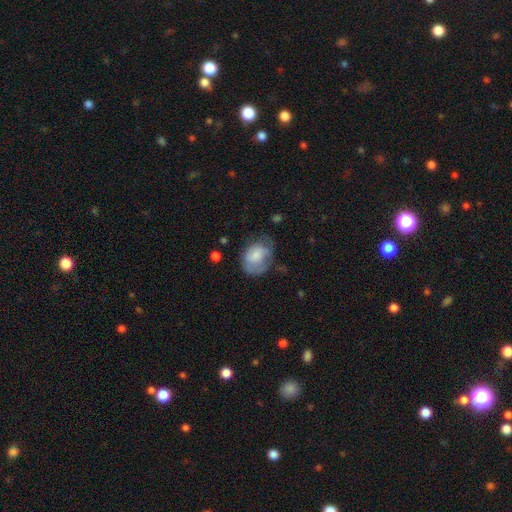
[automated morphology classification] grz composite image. It shows a smooth galaxy with no disk features (67%) that is in between round and cigar-shaped (65%). Merging: none (41%).